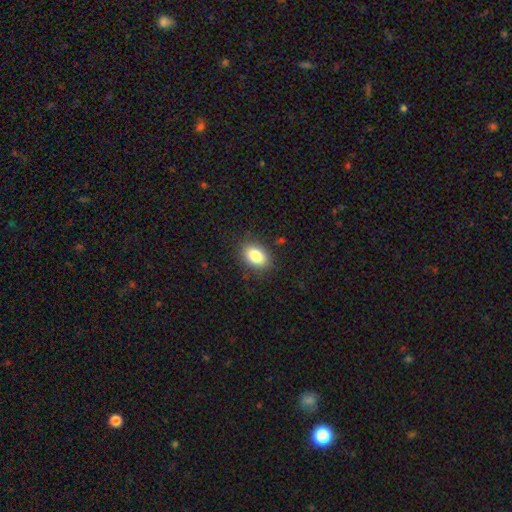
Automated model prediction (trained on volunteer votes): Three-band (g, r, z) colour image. It shows a smooth galaxy with no disk features (83%) that is in between round and cigar-shaped (80%). Merging: none (85%).